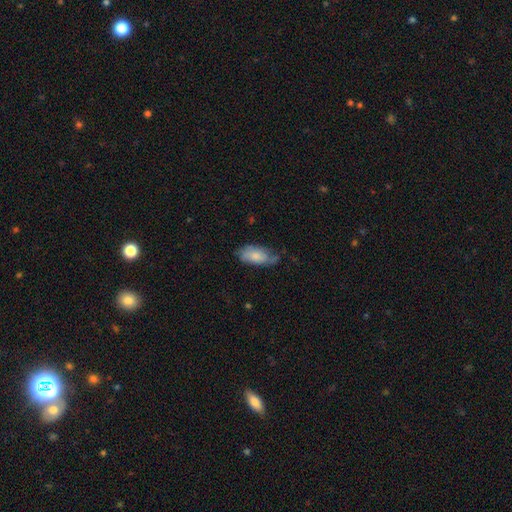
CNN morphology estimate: Smooth or featured? smooth (70%)
How rounded? in between (89%)
Merging? none (49%)